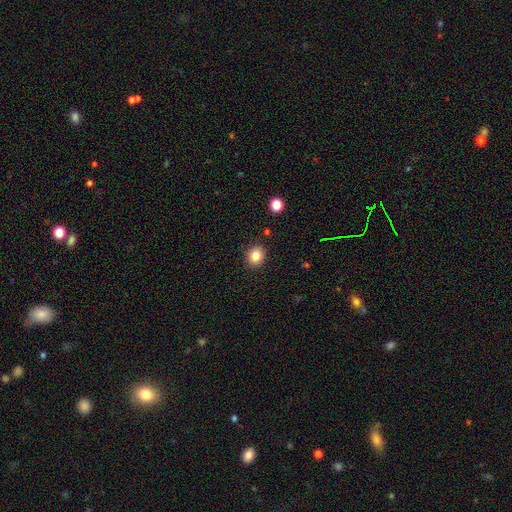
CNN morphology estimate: Smooth or featured? Predicted: smooth (p=0.84). How rounded? Predicted: round (p=0.74). Merging? Predicted: none (p=0.89).